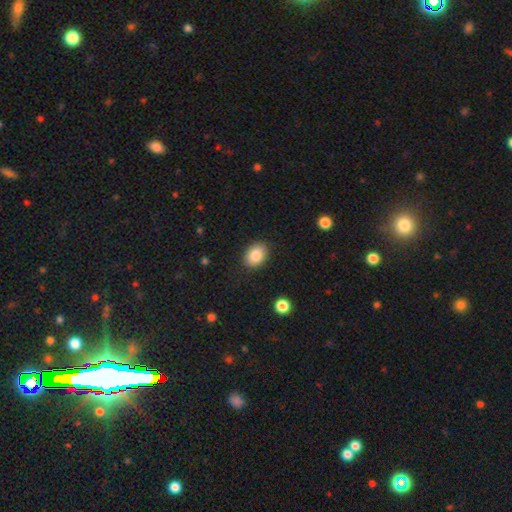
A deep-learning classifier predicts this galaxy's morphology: smooth-or-featured: smooth: 86% | star or artifact: 8% | featured or disk: 6%
  how-rounded: in between: 71% | round: 28% | cigar-shaped: 1%
  merging: none: 87% | minor disturbance: 9% | major disturbance: 2% | merger: 1%